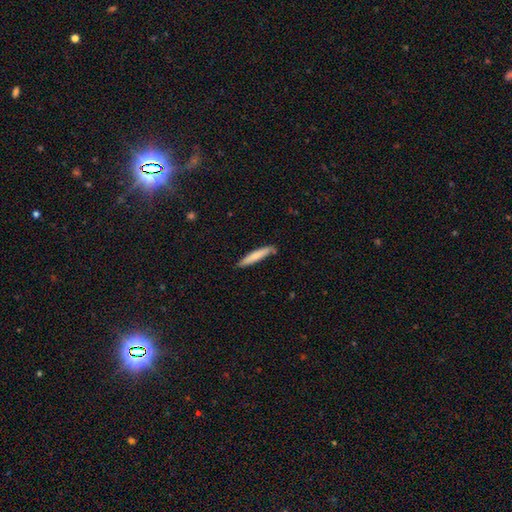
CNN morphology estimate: Overall: smooth (75%). How rounded: cigar-shaped (91%). Merging: none (82%).